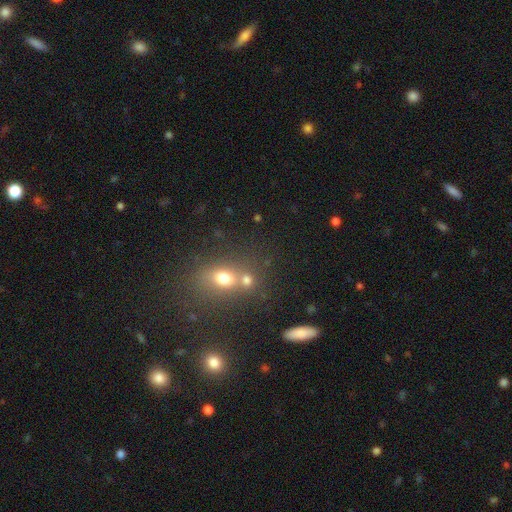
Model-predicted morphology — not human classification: The model was most divided on "smooth or featured": smooth: 49%, star or artifact: 37%, featured or disk: 13%. More confident: merging — none (59%).